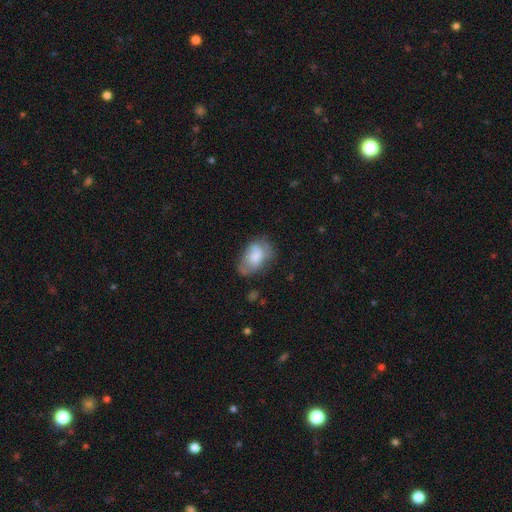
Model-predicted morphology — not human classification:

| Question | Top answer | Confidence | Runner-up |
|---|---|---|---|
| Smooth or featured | smooth | 67% | featured or disk (25%) |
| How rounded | in between | 87% | round (12%) |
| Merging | none | 45% | minor disturbance (33%) |